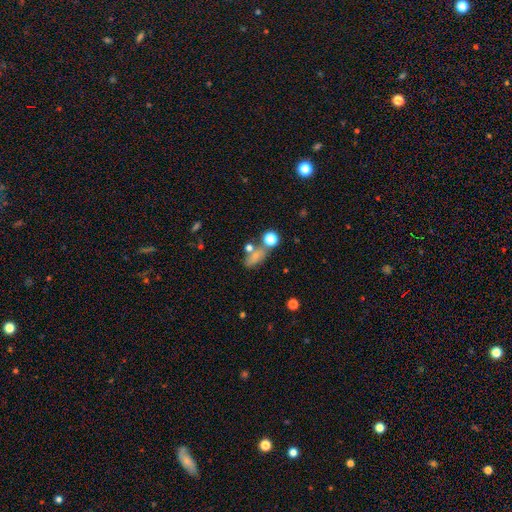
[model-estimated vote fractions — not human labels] Smooth or featured? Predicted: smooth (p=0.67). How rounded? Predicted: in between (p=0.70). Merging? Predicted: none (p=0.52).